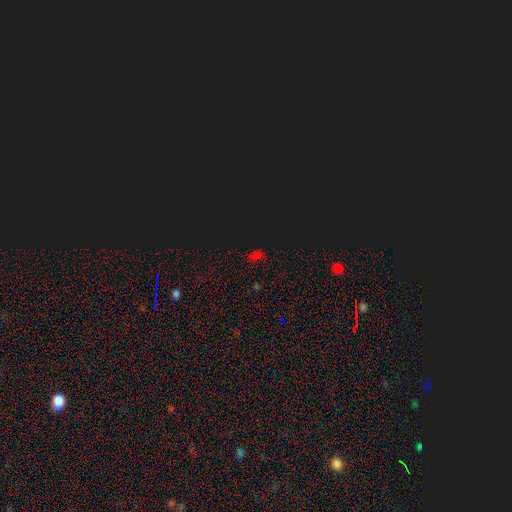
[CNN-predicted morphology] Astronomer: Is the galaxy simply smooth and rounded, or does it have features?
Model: star or artifact — 66%.